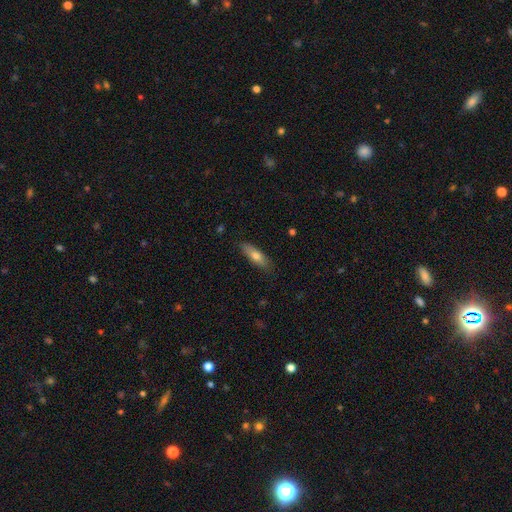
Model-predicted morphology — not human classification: Q: Smooth or featured?
A: smooth (71%); runner-up: featured or disk (23%)
Q: How rounded?
A: in between (49%); tied with: cigar-shaped (49%)
Q: Merging?
A: none (82%); runner-up: minor disturbance (14%)